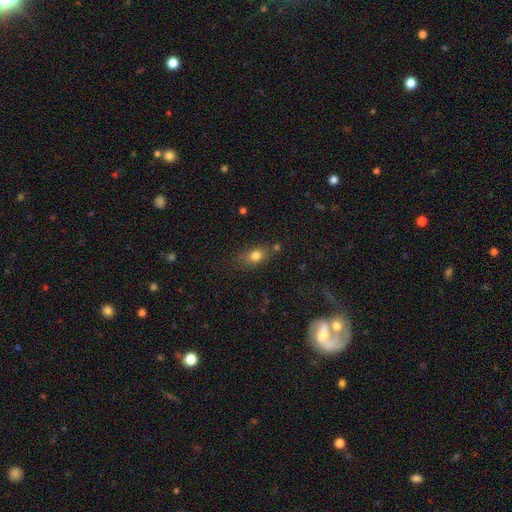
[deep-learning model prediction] Morphology: type=smooth (78%); roundness=in between (65%); merging=none (70%).